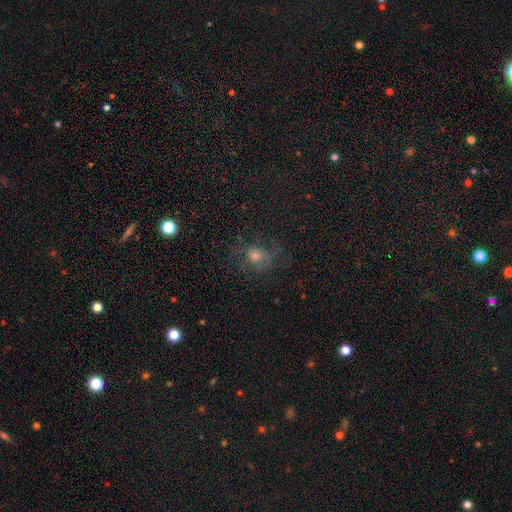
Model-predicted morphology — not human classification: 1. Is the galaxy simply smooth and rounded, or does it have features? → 39% featured or disk, 38% smooth, 23% star or artifact.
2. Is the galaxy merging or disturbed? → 62% none, 19% major disturbance, 18% minor disturbance, 2% merger.